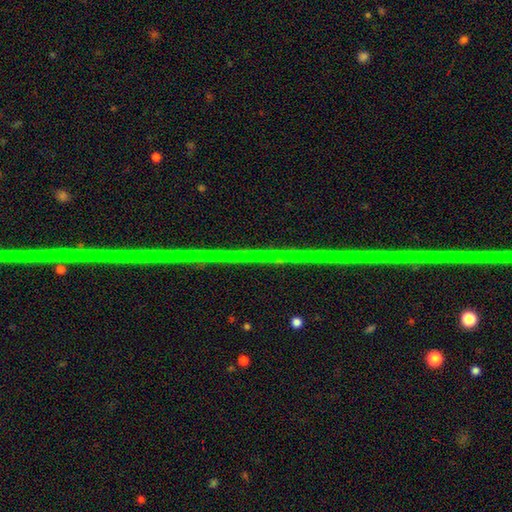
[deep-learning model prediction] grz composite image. It shows a star or artifact, not a galaxy (76%).